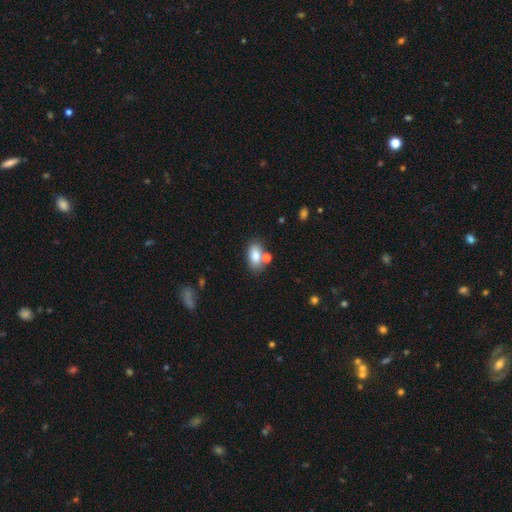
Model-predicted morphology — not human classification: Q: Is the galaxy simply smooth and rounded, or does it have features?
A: smooth — 81%.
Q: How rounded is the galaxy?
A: in between — 90%.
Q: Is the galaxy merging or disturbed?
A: none — 63%.